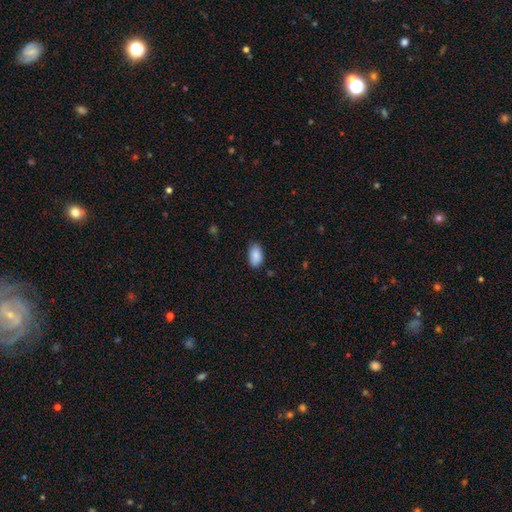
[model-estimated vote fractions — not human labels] A smooth galaxy with no disk features (88%) that is in between round and cigar-shaped (94%). Merging: none (78%).